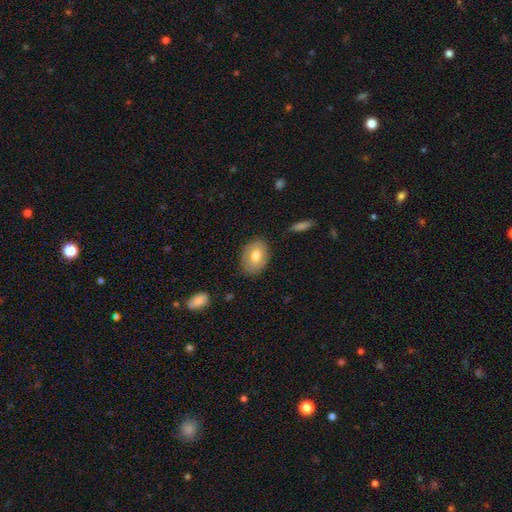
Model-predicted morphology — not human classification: A smooth galaxy with no disk features (72%) that is in between round and cigar-shaped (77%).

Vote fractions:
- Smooth or featured? smooth: 72% / featured or disk: 21% / star or artifact: 7%
- How rounded? in between: 77% / round: 21% / cigar-shaped: 1%
- Merging? none: 80% / minor disturbance: 15% / major disturbance: 3% / merger: 1%